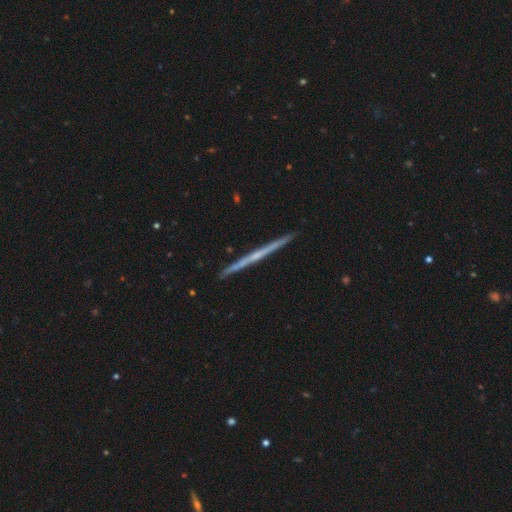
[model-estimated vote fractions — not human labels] Smooth or featured? Predicted: featured or disk (p=0.74). Edge-on disk? Predicted: yes (p=0.98). Edge-on bulge? Predicted: none (p=0.63). Merging? Predicted: none (p=0.92).